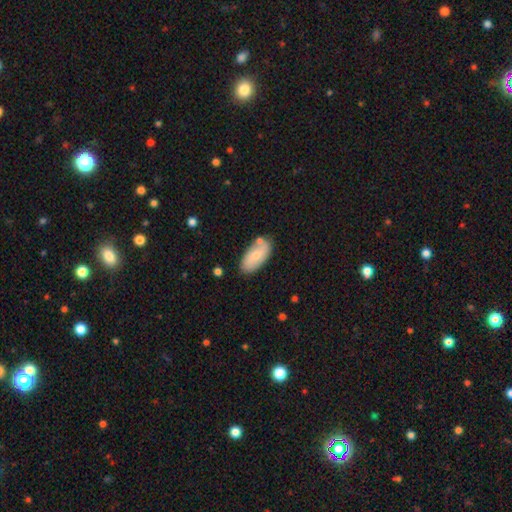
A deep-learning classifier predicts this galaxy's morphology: The model was most divided on "smooth or featured": smooth: 66%, featured or disk: 27%, star or artifact: 6%. More confident: how rounded — in between (90%); merging — none (77%).